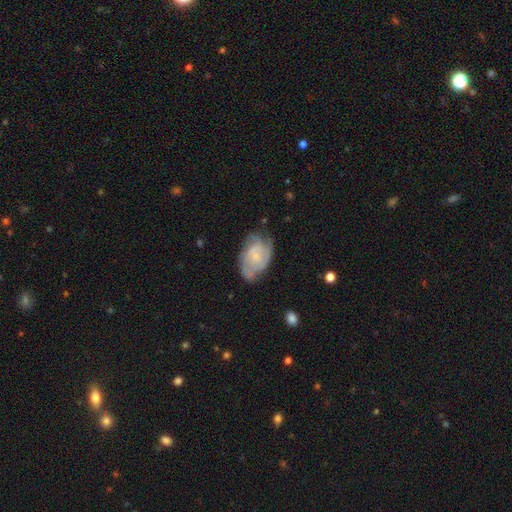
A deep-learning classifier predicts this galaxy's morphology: Smooth or featured? featured or disk (70%)
Edge-on disk? no (97%)
Bar? no (66%)
Spiral arms? yes (88%)
Spiral winding? tight (44%)
Spiral arm count? 2 (36%)
Bulge size? small (61%)
Merging? none (56%)